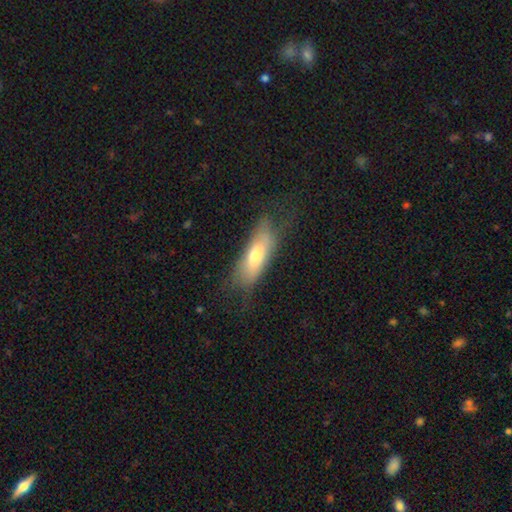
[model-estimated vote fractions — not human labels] A smooth galaxy with no disk features (64%) that is in between round and cigar-shaped (62%). Merging: none (58%).